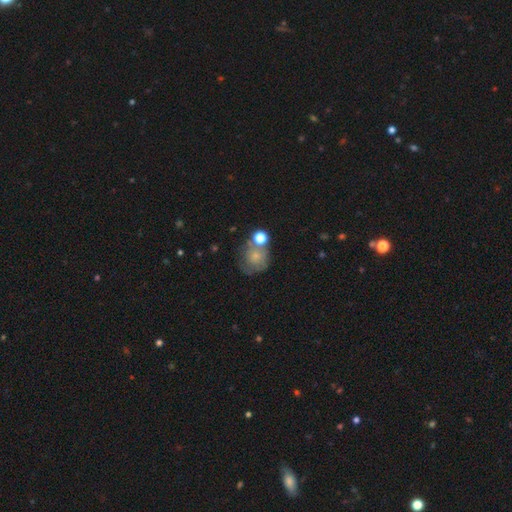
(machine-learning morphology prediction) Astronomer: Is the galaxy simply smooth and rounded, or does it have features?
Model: smooth — 65%.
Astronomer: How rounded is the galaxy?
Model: round — 78%.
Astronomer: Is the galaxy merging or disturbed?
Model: none — 44% (runner-up: merger, 23%).